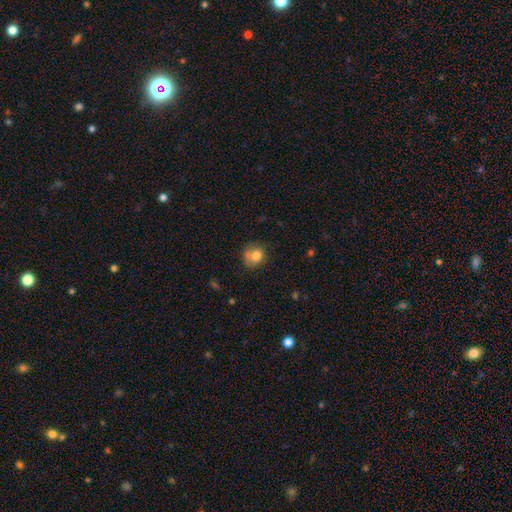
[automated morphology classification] Q: Smooth or featured?
A: smooth (77%); runner-up: featured or disk (13%)
Q: How rounded?
A: round (71%); runner-up: in between (28%)
Q: Merging?
A: none (55%); runner-up: minor disturbance (27%)